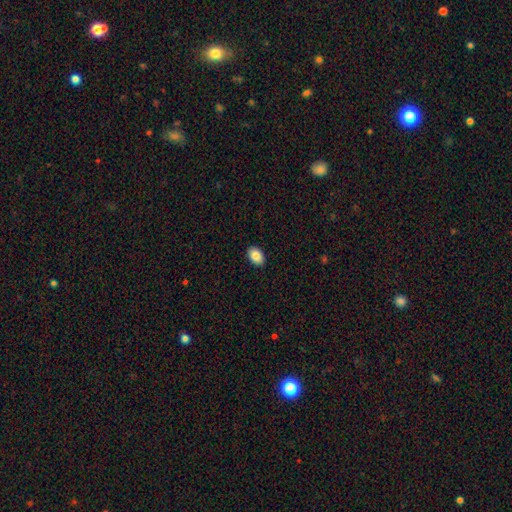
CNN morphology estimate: type=smooth (87%); roundness=in between (86%); merging=none (90%).